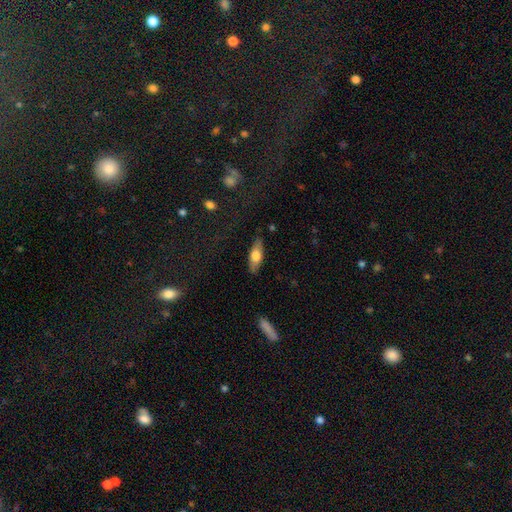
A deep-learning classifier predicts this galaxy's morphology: Smooth or featured? Predicted: smooth (p=0.61). How rounded? Predicted: in between (p=0.60). Merging? Predicted: none (p=0.84).